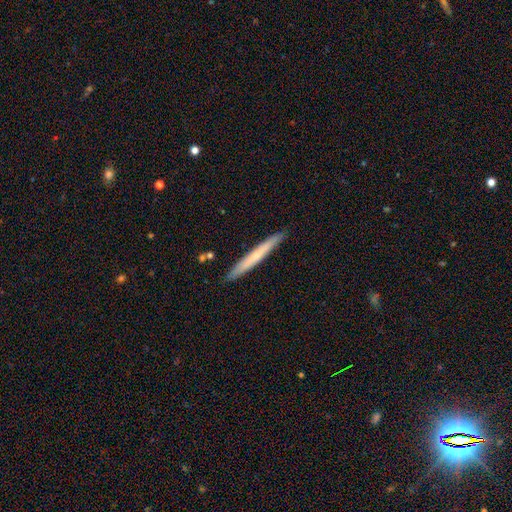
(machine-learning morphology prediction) Smooth or featured? smooth (58%)
How rounded? cigar-shaped (97%)
Merging? none (90%)